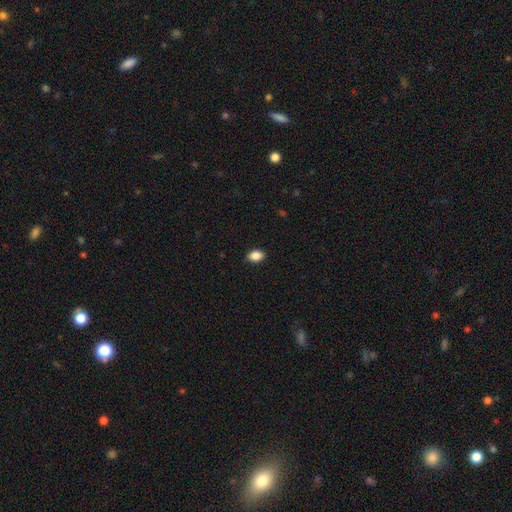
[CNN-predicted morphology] Overall: smooth (87%). How rounded: in between (85%). Merging: none (86%).